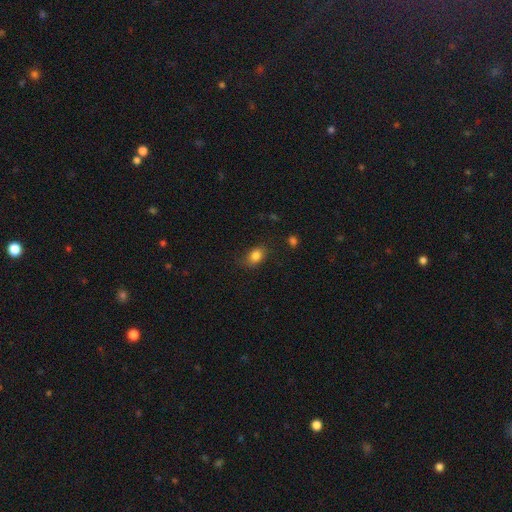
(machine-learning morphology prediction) Q: Smooth or featured?
A: smooth (83%); runner-up: star or artifact (10%)
Q: How rounded?
A: in between (72%); runner-up: round (26%)
Q: Merging?
A: none (75%); runner-up: minor disturbance (18%)